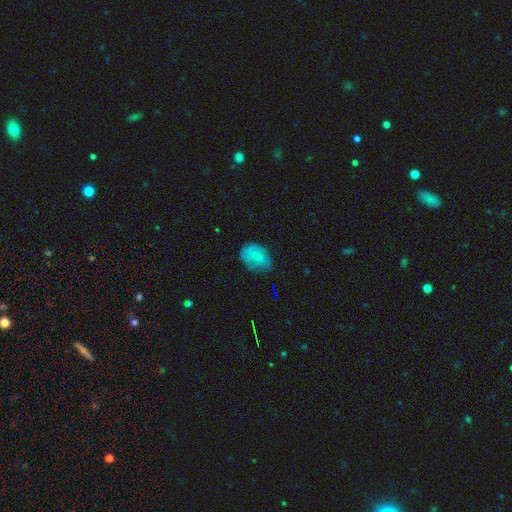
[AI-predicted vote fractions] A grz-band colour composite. It shows a smooth galaxy with no disk features (68%) that is in between round and cigar-shaped (73%). Merging: none (57%).